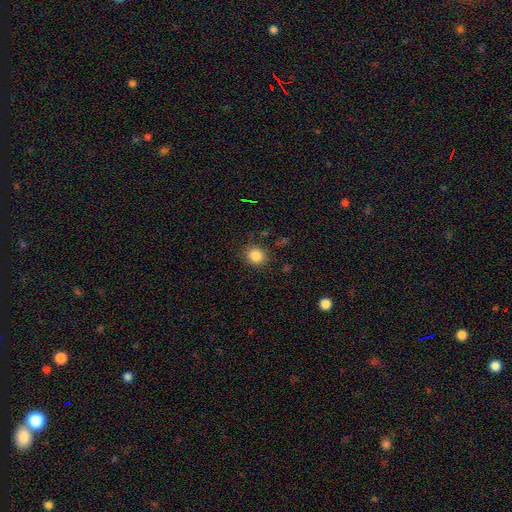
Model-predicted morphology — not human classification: Smooth or featured? smooth (85%)
How rounded? round (84%)
Merging? none (85%)